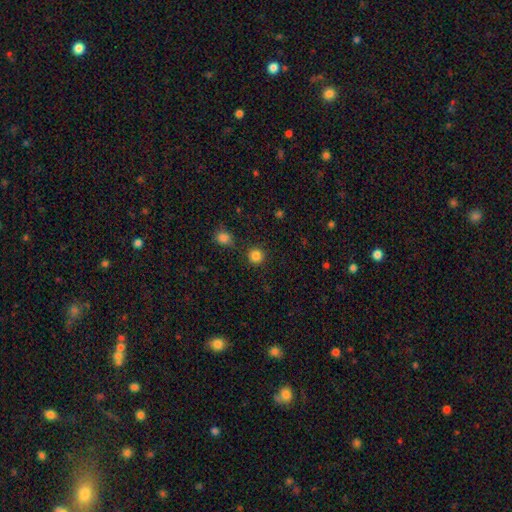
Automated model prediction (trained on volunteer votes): The model was most divided on "smooth or featured": smooth: 84%, star or artifact: 12%, featured or disk: 4%. More confident: how rounded — round (94%); merging — none (87%).